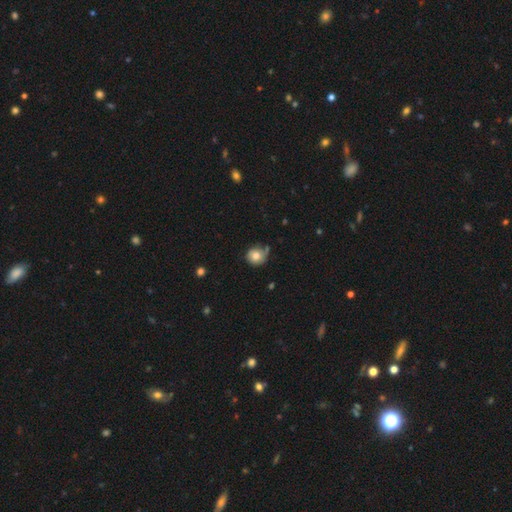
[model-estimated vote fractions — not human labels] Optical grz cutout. It shows a smooth galaxy with no disk features (75%) that is round (83%). Merging: none (61%).